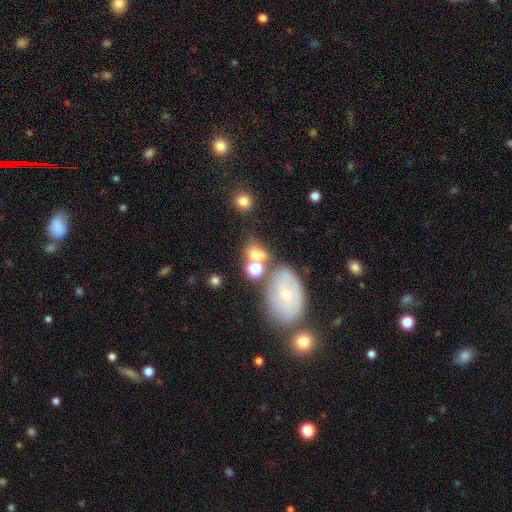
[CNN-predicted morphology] A smooth galaxy with no disk features (63%) that is round (50%).

Vote fractions:
- Smooth or featured? smooth: 63% / featured or disk: 20% / star or artifact: 17%
- How rounded? round: 50% / in between: 48% / cigar-shaped: 2%
- Merging? none: 40% / merger: 37% / minor disturbance: 14% / major disturbance: 9%